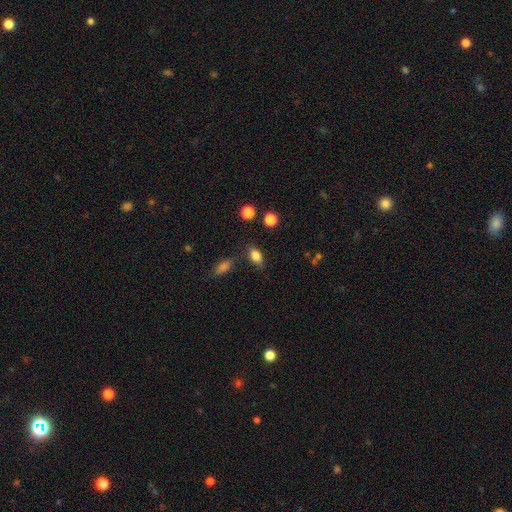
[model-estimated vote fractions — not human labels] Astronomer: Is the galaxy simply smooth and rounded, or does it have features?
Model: smooth — 84%.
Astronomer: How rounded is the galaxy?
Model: in between — 84%.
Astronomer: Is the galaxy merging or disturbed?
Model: none — 74%.